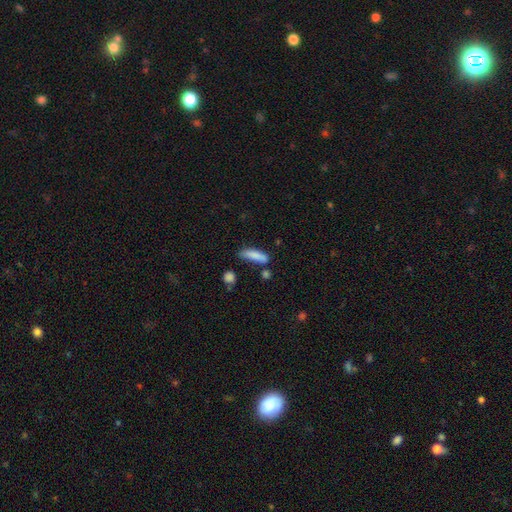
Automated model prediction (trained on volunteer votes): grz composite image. It shows a smooth galaxy with no disk features (83%) that is cigar-shaped (58%). Merging: none (60%).